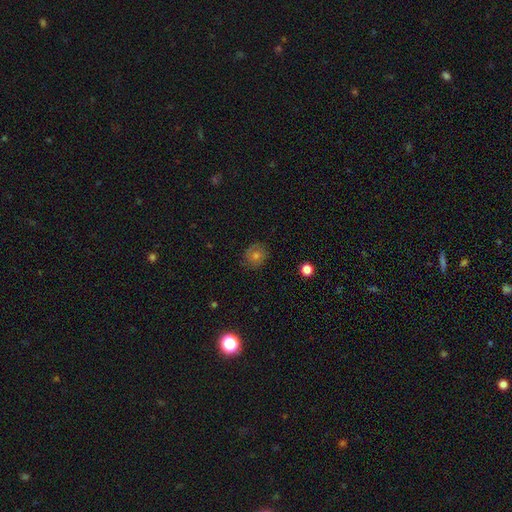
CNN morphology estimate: type=smooth (48%); merging=none (81%).